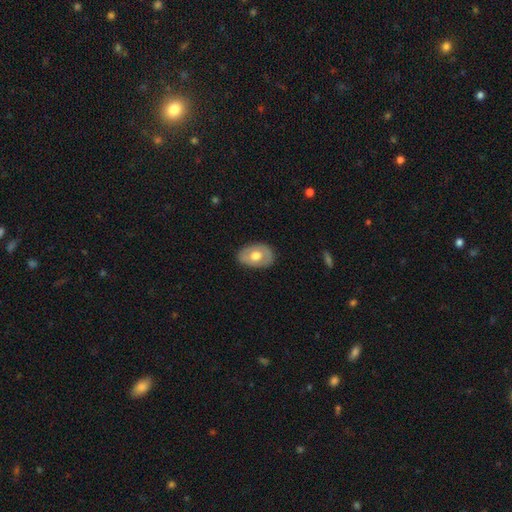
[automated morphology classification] Smooth or featured: smooth — 54% (featured or disk — 40%)
How rounded: in between — 81% (round — 18%)
Merging: none — 81% (minor disturbance — 14%)